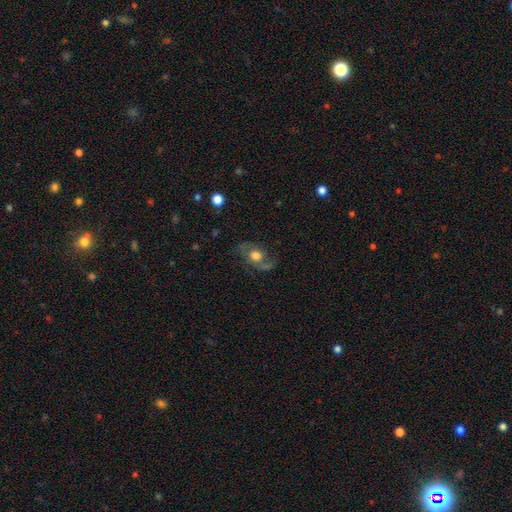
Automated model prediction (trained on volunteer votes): featured or disk 66%, smooth 25%, star or artifact 9%. Down the decision tree: edge-on disk — no (95%); bar — no (74%); spiral arms — yes (83%); spiral arm count — 2 (82%); spiral winding — loose (46%); bulge size — moderate (49%); merging — none (64%).